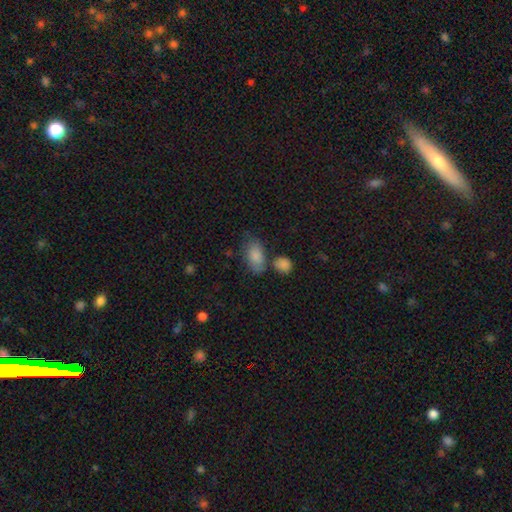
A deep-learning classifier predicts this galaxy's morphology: smooth_or_featured: smooth (p=0.78) [alt: featured or disk p=0.12]
how_rounded: in between (p=0.89) [alt: round p=0.08]
merging: none (p=0.58) [alt: minor disturbance p=0.18]